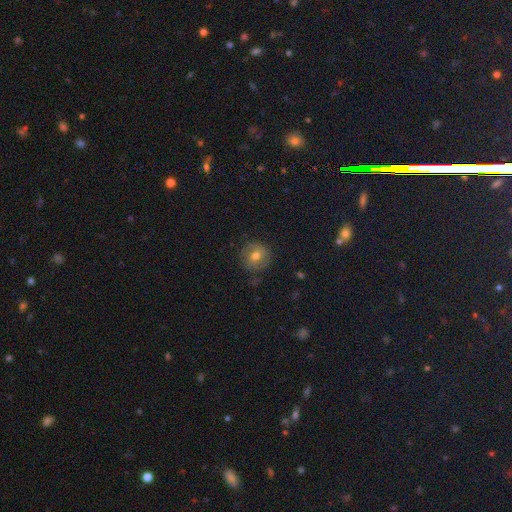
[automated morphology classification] The model was most divided on "smooth or featured": smooth: 61%, featured or disk: 29%, star or artifact: 10%. More confident: how rounded — round (88%); merging — none (82%).